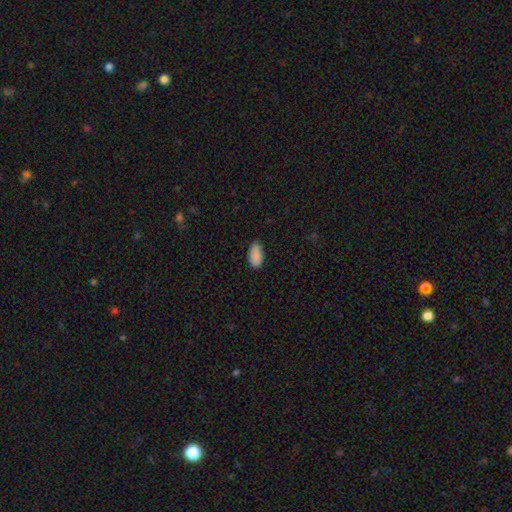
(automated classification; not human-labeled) Q: Smooth or featured?
A: smooth (89%); runner-up: star or artifact (7%)
Q: How rounded?
A: in between (93%); runner-up: cigar-shaped (5%)
Q: Merging?
A: none (77%); runner-up: minor disturbance (19%)